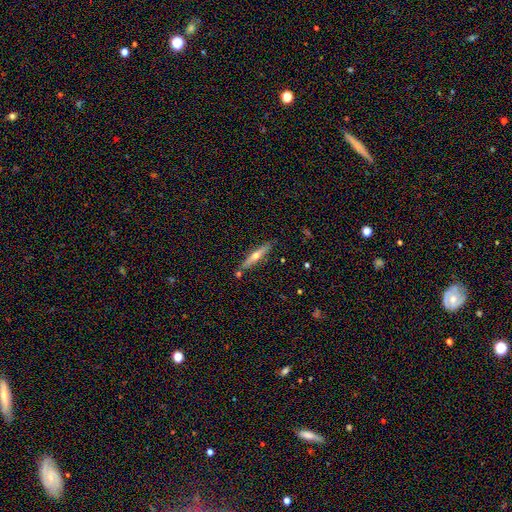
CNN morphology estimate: This is possibly a featured or disk galaxy (58%). It is clearly viewed edge-on (94%). Edge-on bulge: clearly rounded (91%). Merging: clearly none (83%).